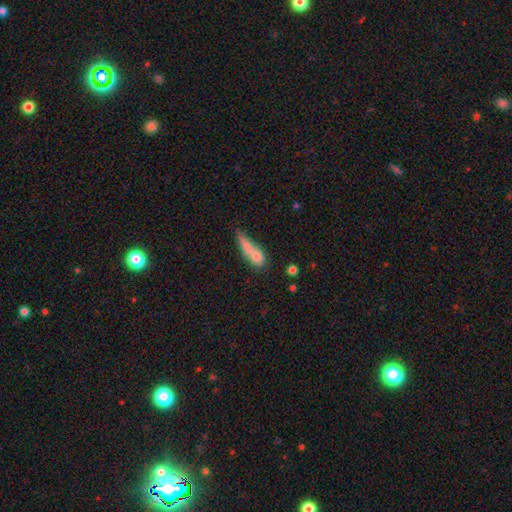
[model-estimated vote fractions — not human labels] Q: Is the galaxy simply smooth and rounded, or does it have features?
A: smooth — 66%.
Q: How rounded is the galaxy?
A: cigar-shaped — 50%.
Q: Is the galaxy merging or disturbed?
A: merger — 41%.